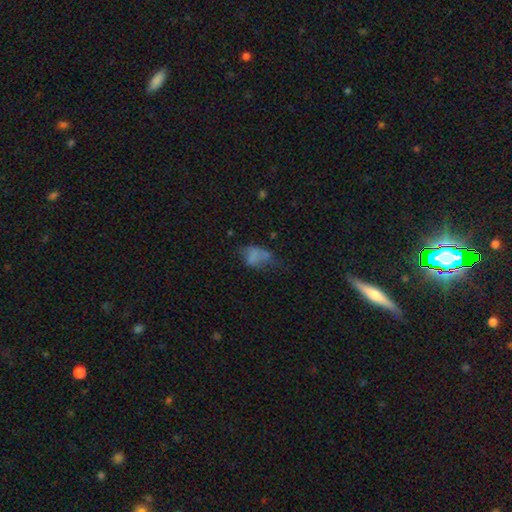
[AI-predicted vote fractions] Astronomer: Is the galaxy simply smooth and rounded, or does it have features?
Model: smooth — 59%.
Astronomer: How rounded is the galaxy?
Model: in between — 85%.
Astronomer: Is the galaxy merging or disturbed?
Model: major disturbance — 35% (runner-up: none, 29%).